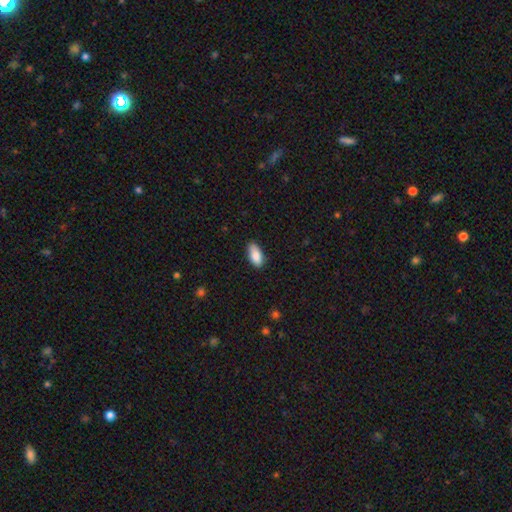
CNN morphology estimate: smooth_or_featured: smooth (p=0.87) [alt: star or artifact p=0.07]
how_rounded: in between (p=0.89) [alt: cigar-shaped p=0.08]
merging: none (p=0.80) [alt: minor disturbance p=0.16]